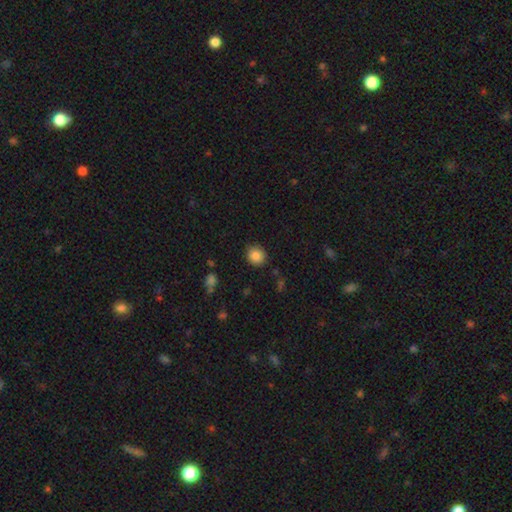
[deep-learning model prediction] Smooth or featured? Predicted: smooth (p=0.86). How rounded? Predicted: round (p=0.84). Merging? Predicted: none (p=0.87).